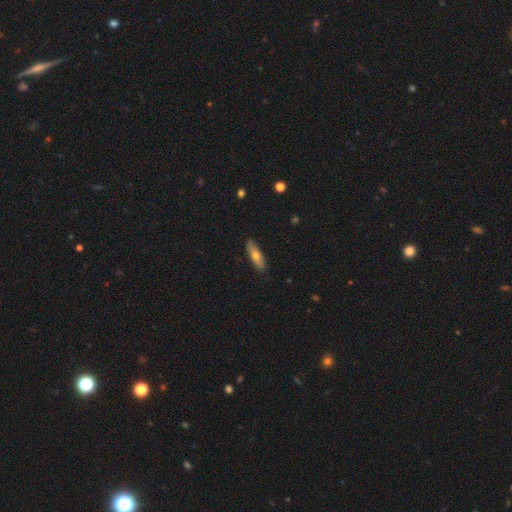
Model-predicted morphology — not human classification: smooth 64%, featured or disk 30%, star or artifact 6%. Down the decision tree: how rounded — cigar-shaped (59%); merging — none (88%).